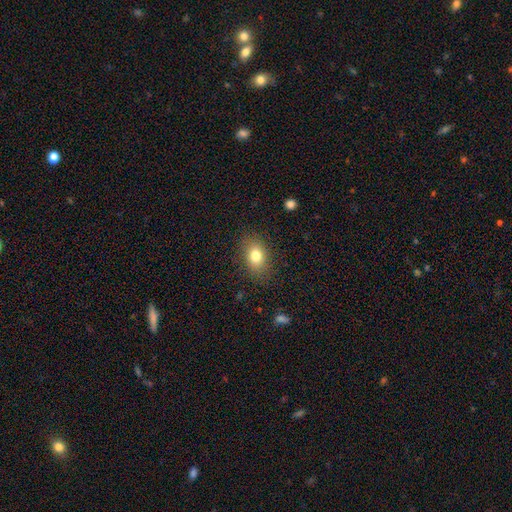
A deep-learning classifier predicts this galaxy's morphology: Smooth or featured? Predicted: smooth (p=0.80). How rounded? Predicted: in between (p=0.77). Merging? Predicted: none (p=0.84).